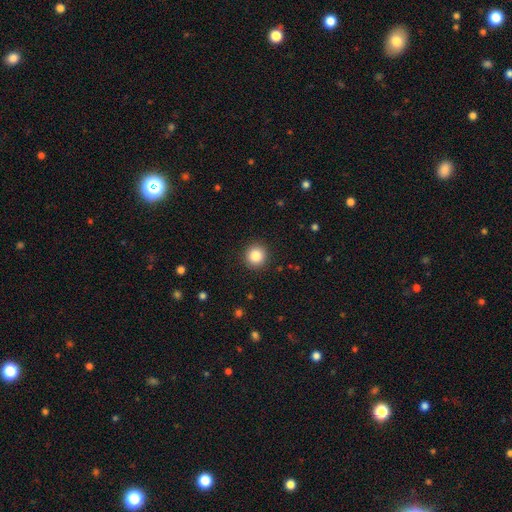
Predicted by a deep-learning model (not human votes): Smooth or featured? Predicted: smooth (p=0.85). How rounded? Predicted: round (p=0.94). Merging? Predicted: none (p=0.92).